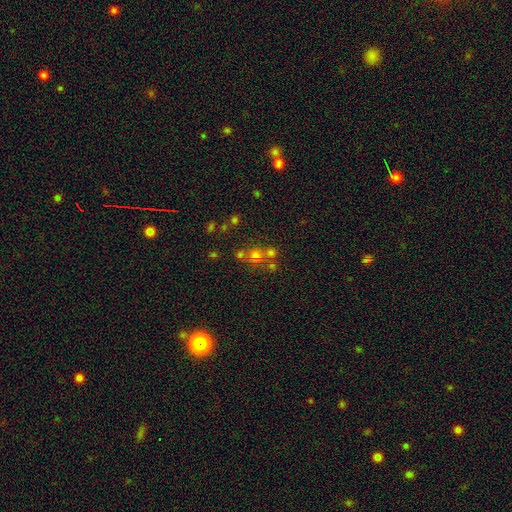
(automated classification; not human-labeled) smooth_or_featured: smooth (p=0.56) [alt: star or artifact p=0.28]
how_rounded: round (p=0.85) [alt: in between p=0.14]
merging: none (p=0.52) [alt: merger p=0.35]